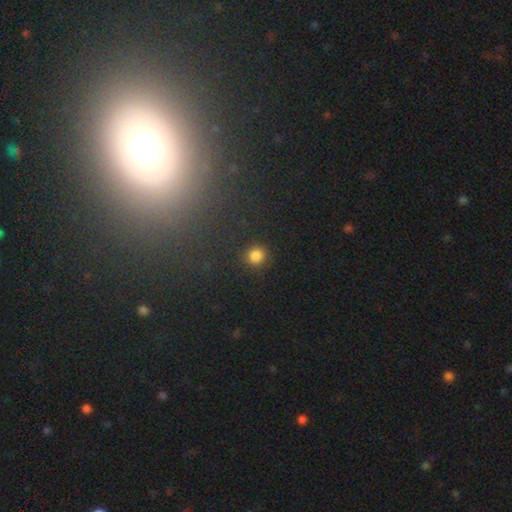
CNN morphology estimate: Overall: smooth (83%). How rounded: round (91%). Merging: none (89%).